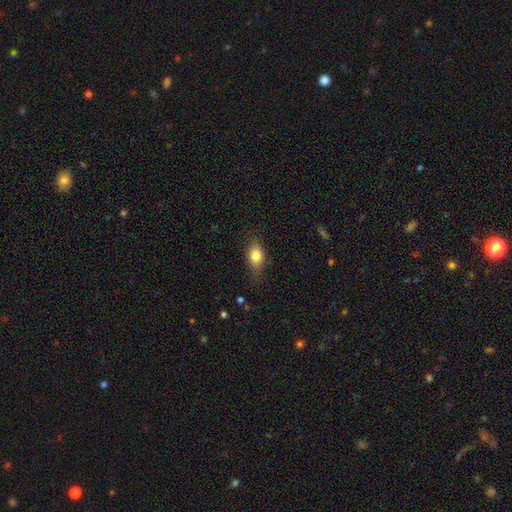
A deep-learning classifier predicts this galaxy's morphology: Smooth or featured: smooth — 78% (featured or disk — 13%)
How rounded: in between — 72% (round — 22%)
Merging: none — 74% (minor disturbance — 20%)